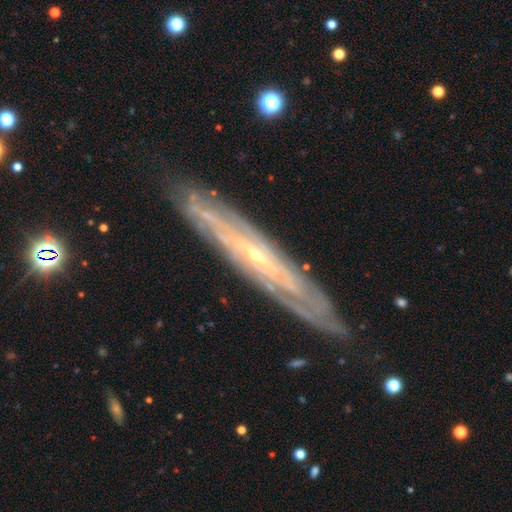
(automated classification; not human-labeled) smooth-or-featured: featured or disk: 84% | smooth: 10% | star or artifact: 6%
  disk-edge-on: yes: 52% | no: 48%
  merging: none: 84% | minor disturbance: 12% | major disturbance: 3% | merger: 1%